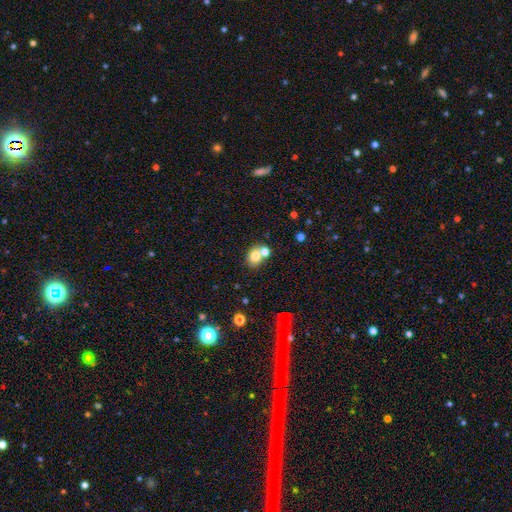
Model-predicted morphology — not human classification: Q: Smooth or featured?
A: smooth (76%); runner-up: featured or disk (13%)
Q: How rounded?
A: round (61%); runner-up: in between (37%)
Q: Merging?
A: none (45%); runner-up: merger (44%)